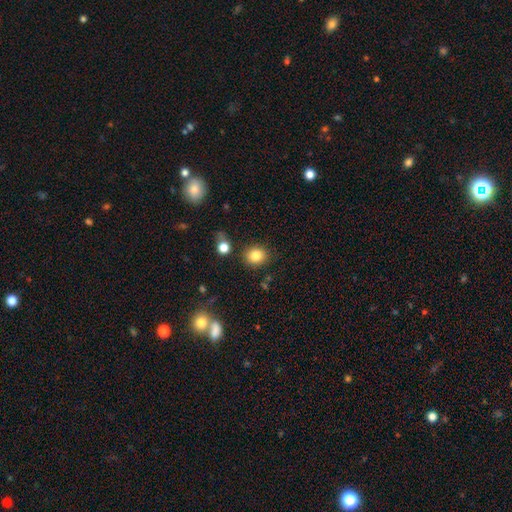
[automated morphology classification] Overall: smooth (83%). How rounded: round (77%). Merging: none (84%).